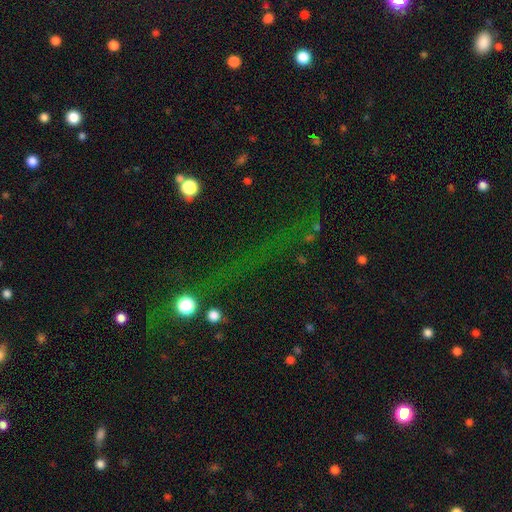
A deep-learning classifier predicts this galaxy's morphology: This is likely a star or artifact rather than a galaxy (64%).